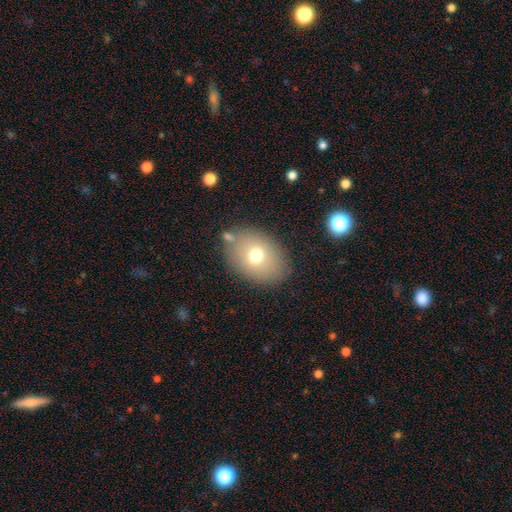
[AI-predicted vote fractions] The model was most divided on "how rounded": in between: 68%, round: 31%, cigar-shaped: 1%. More confident: merging — none (78%); smooth or featured — smooth (71%).